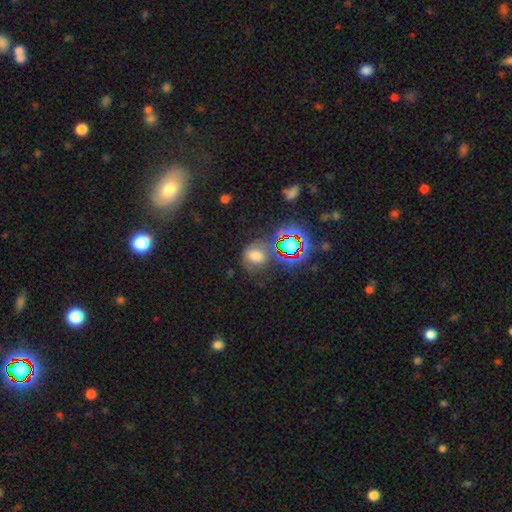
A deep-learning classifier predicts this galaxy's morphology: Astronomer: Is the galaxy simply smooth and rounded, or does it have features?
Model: smooth — 57%.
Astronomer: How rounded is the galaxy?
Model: round — 60% (runner-up: in between, 39%).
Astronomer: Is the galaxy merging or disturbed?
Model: none — 55%.